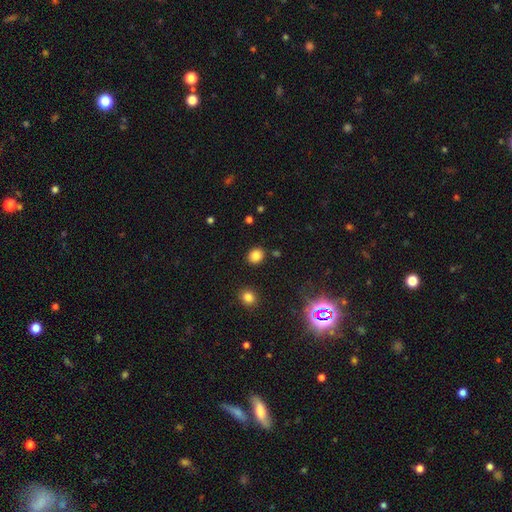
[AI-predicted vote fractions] Smooth or featured: smooth — 84% (star or artifact — 12%)
How rounded: round — 62% (in between — 37%)
Merging: none — 87% (minor disturbance — 8%)